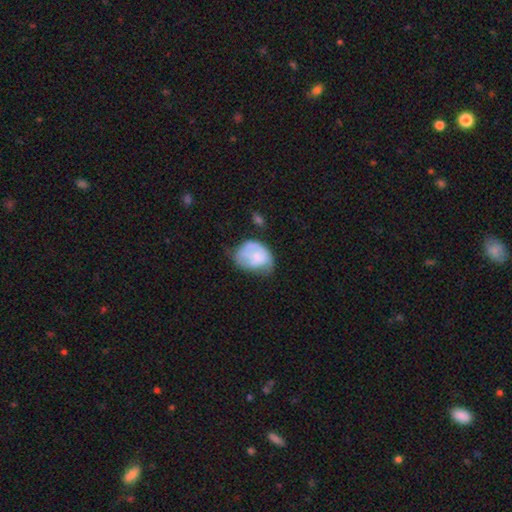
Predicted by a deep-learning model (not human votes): This appears to be a smooth galaxy with no disk features (60%) that is in between round and cigar-shaped (64%). Merging: minor disturbance (40%).